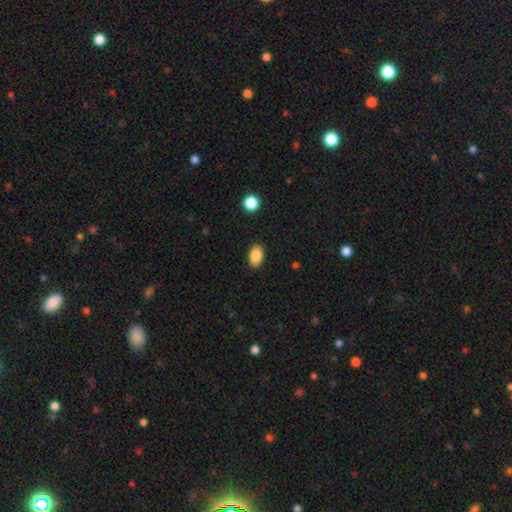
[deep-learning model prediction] This is clearly a smooth galaxy (86%). How rounded: clearly in between (90%). Merging: clearly none (88%).